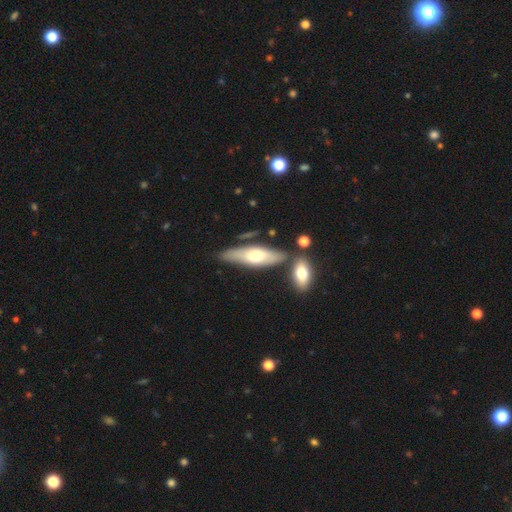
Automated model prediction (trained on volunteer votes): A smooth galaxy with no disk features (53%) that is cigar-shaped (54%). Merging: none (70%).